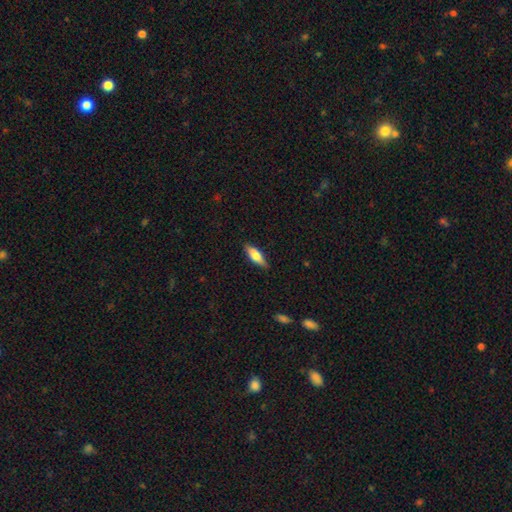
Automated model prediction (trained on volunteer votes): Q: Smooth or featured?
A: smooth (67%); runner-up: featured or disk (27%)
Q: How rounded?
A: in between (50%); runner-up: cigar-shaped (48%)
Q: Merging?
A: none (85%); runner-up: minor disturbance (12%)